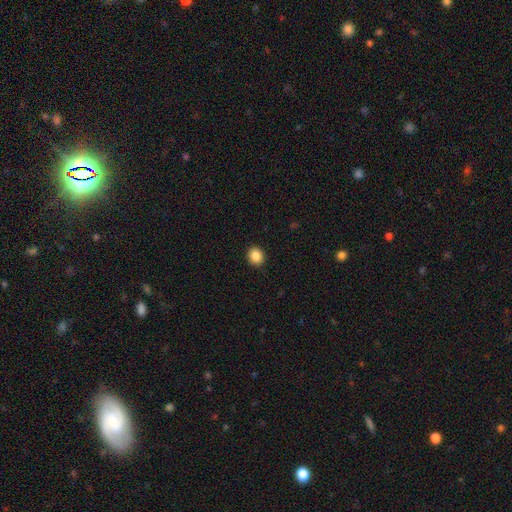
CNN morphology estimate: type=smooth (87%); roundness=round (77%); merging=none (92%).